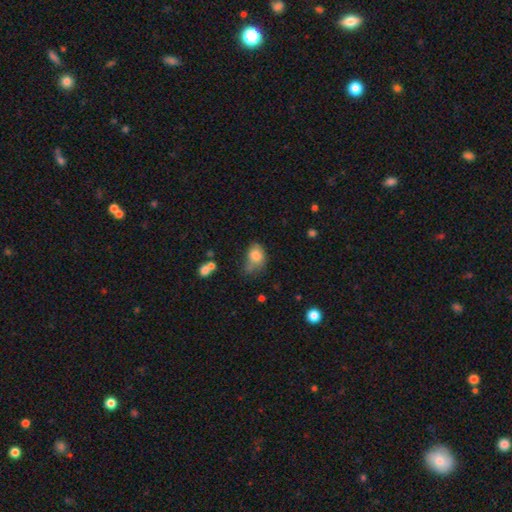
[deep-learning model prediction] The model was most divided on "merging": none: 35%, minor disturbance: 34%, major disturbance: 19%, merger: 13%. More confident: smooth or featured — smooth (78%); how rounded — in between (70%).